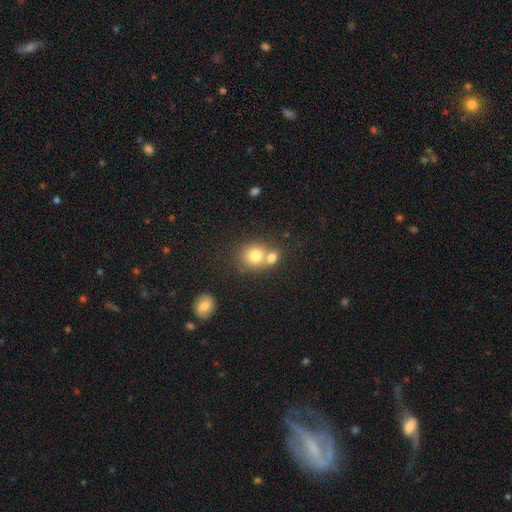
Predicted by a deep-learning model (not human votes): A smooth galaxy with no disk features (76%) that is round (77%).

Vote fractions:
- Smooth or featured? smooth: 76% / featured or disk: 13% / star or artifact: 11%
- How rounded? round: 77% / in between: 23% / cigar-shaped: 1%
- Merging? merger: 49% / none: 40% / minor disturbance: 8% / major disturbance: 3%